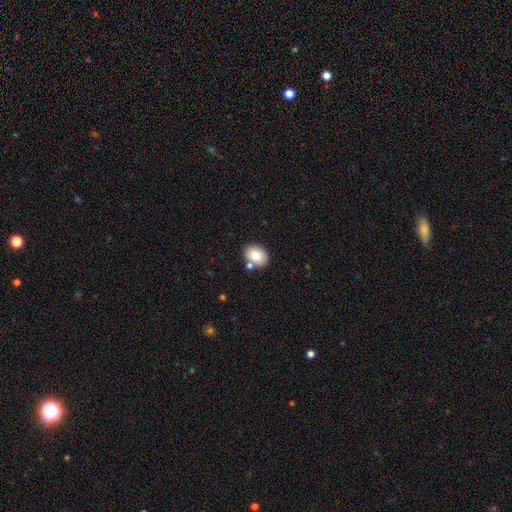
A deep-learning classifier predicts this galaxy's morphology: A smooth galaxy with no disk features (80%) that is in between round and cigar-shaped (67%).

Vote fractions:
- Smooth or featured? smooth: 80% / featured or disk: 12% / star or artifact: 8%
- How rounded? in between: 67% / round: 32% / cigar-shaped: 1%
- Merging? none: 72% / merger: 14% / minor disturbance: 11% / major disturbance: 3%